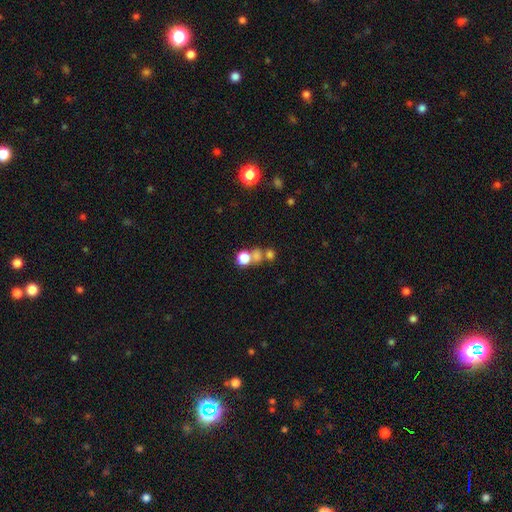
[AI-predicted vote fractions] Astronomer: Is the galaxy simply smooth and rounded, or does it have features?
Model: smooth — 54% (runner-up: star or artifact, 32%).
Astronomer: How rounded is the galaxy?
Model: round — 76%.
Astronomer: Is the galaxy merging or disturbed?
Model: none — 45% (runner-up: merger, 41%).